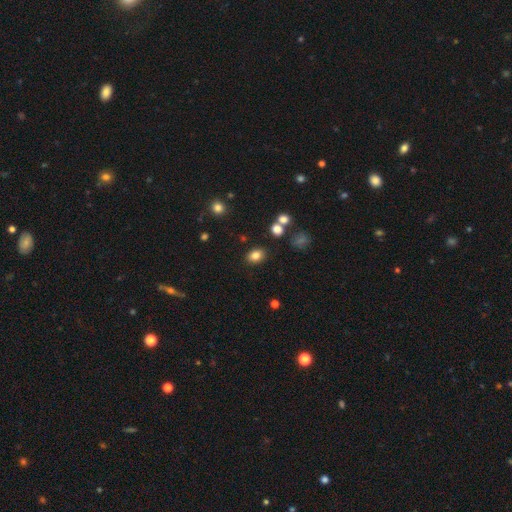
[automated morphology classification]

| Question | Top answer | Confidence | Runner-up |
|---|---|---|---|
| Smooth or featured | smooth | 82% | star or artifact (11%) |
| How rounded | in between | 65% | round (34%) |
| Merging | none | 84% | minor disturbance (9%) |